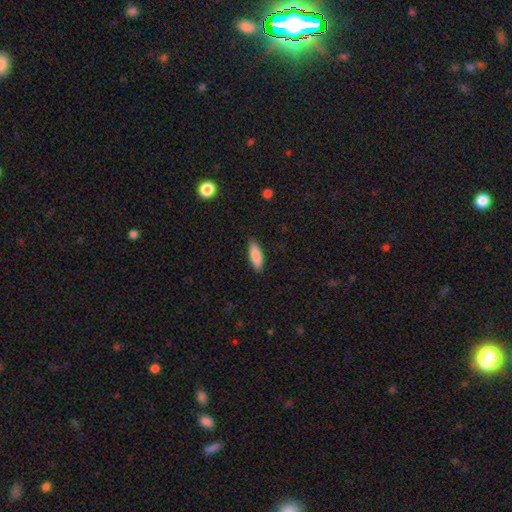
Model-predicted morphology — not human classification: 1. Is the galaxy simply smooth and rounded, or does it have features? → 87% smooth, 7% featured or disk, 6% star or artifact.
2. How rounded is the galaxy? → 54% in between, 44% cigar-shaped, 2% round.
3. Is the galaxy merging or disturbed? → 87% none, 10% minor disturbance, 2% major disturbance, 1% merger.